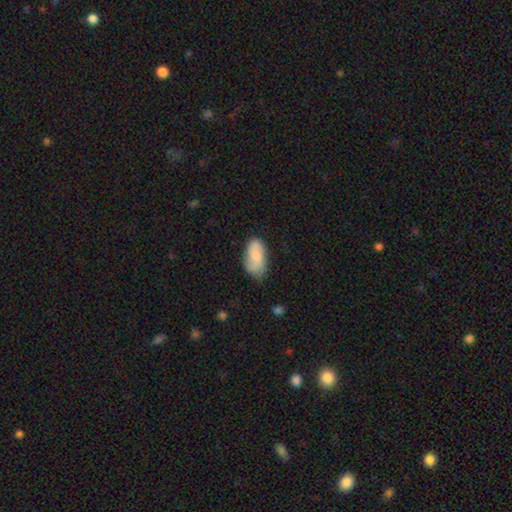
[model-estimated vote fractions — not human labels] Overall: smooth (68%). How rounded: in between (94%). Merging: none (65%; minor disturbance 27%).